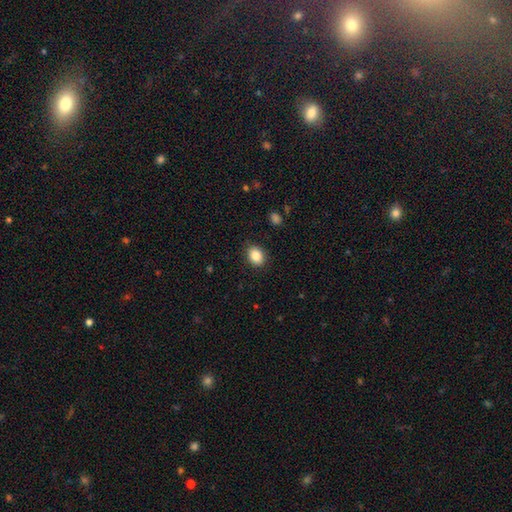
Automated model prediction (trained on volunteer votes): A smooth galaxy with no disk features (86%) that is in between round and cigar-shaped (67%). Merging: none (87%).